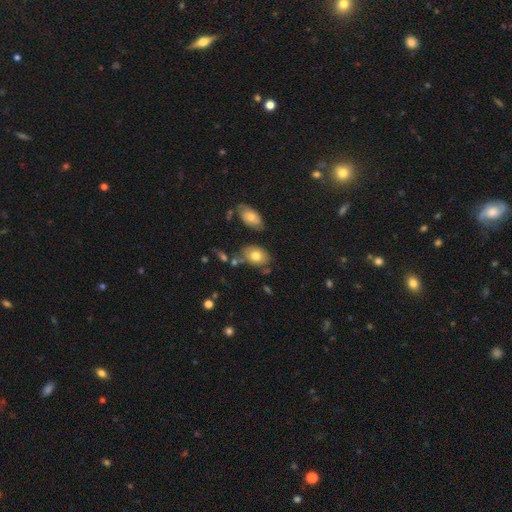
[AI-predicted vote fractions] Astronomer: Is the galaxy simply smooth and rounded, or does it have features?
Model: smooth — 74%.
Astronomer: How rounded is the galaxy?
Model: in between — 80%.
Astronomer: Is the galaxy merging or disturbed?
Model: none — 61%.